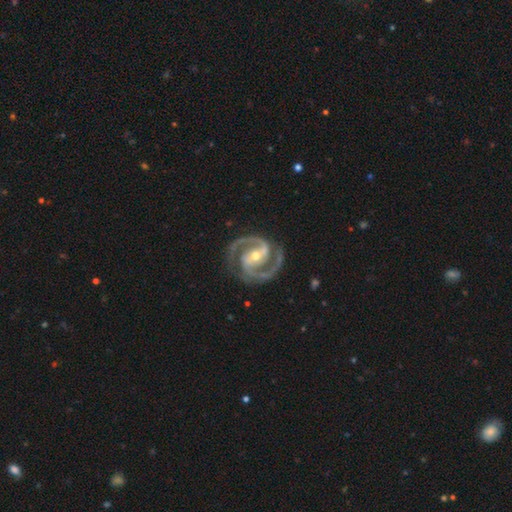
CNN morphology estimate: A featured or disk galaxy (94%) with a strong bar (43%), 2 (93%) medium (55%) spiral arms (99%) and a moderate central bulge (57%).

Vote fractions:
- Smooth or featured? featured or disk: 94% / star or artifact: 3% / smooth: 2%
- Edge-on disk? no: 98% / yes: 2%
- Bar? strong: 43% / weak: 34% / no: 23%
- Spiral arms? yes: 99% / no: 1%
- Spiral winding? medium: 55% / tight: 40% / loose: 5%
- Spiral arm count? 2: 93% / 3: 3% / can't tell: 1% / 1: 1% / 4: 1% / more than 4: 1%
- Bulge size? moderate: 57% / small: 40% / large: 2% / none: 1% / dominant: 1%
- Merging? none: 84% / minor disturbance: 11% / major disturbance: 3% / merger: 1%